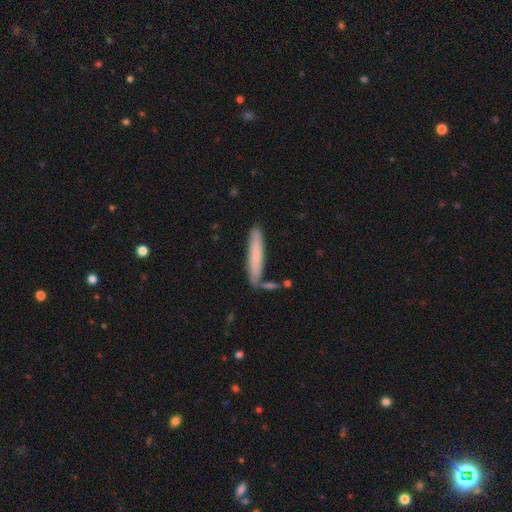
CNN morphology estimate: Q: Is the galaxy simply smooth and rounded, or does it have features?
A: smooth — 69%.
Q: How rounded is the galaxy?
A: cigar-shaped — 92%.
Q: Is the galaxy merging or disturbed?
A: none — 78%.